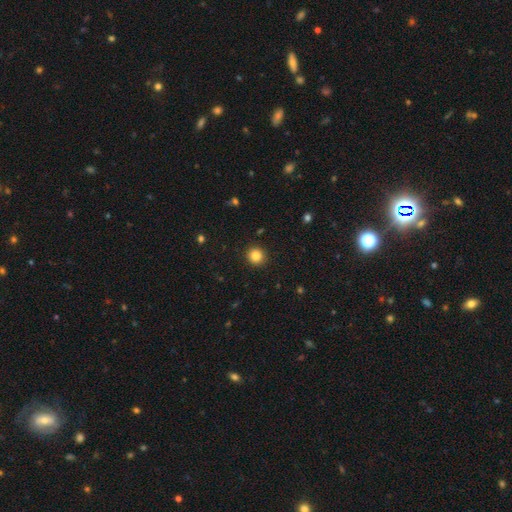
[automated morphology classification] This is clearly a smooth galaxy (84%). How rounded: clearly round (92%). Merging: clearly none (92%).